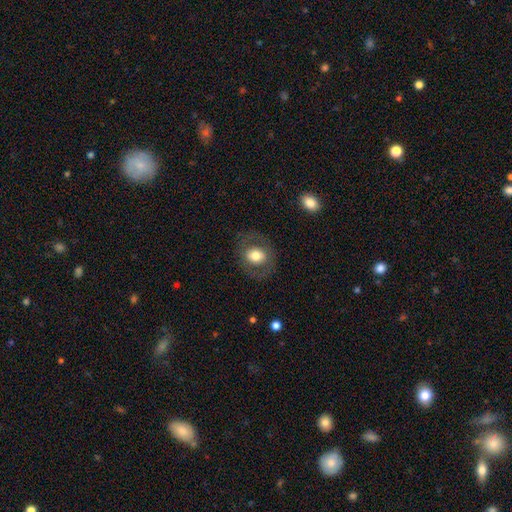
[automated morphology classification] The model was most divided on "how rounded": round: 63%, in between: 36%, cigar-shaped: 1%. More confident: merging — none (80%); smooth or featured — smooth (63%).